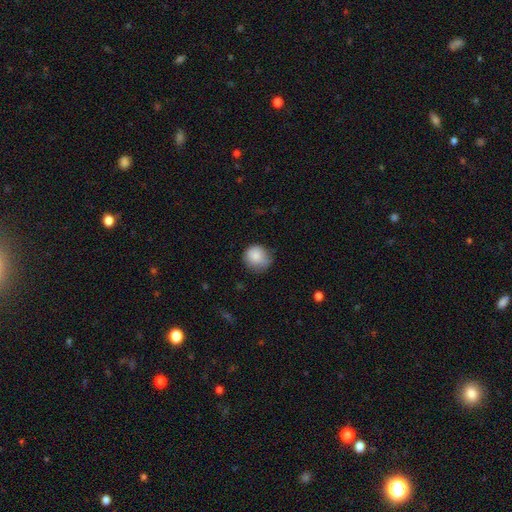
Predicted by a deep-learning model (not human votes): Smooth or featured: smooth — 84% (star or artifact — 8%)
How rounded: round — 87% (in between — 12%)
Merging: none — 64% (minor disturbance — 28%)